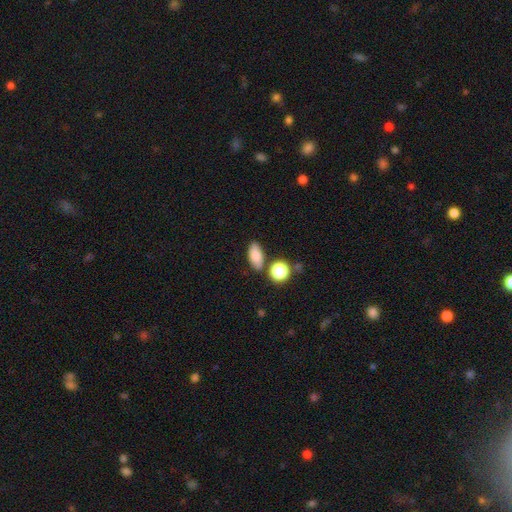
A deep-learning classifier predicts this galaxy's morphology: A smooth galaxy with no disk features (81%) that is in between round and cigar-shaped (84%).

Vote fractions:
- Smooth or featured? smooth: 81% / star or artifact: 10% / featured or disk: 9%
- How rounded? in between: 84% / round: 9% / cigar-shaped: 7%
- Merging? none: 76% / minor disturbance: 14% / merger: 8% / major disturbance: 3%